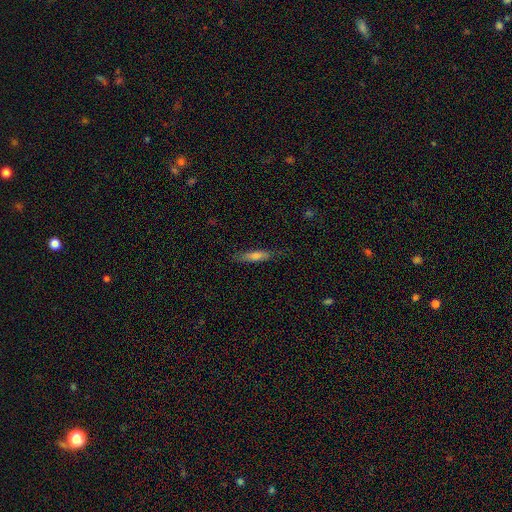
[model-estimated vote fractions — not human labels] Smooth or featured? Predicted: smooth (p=0.52). How rounded? Predicted: cigar-shaped (p=0.83). Merging? Predicted: none (p=0.80).